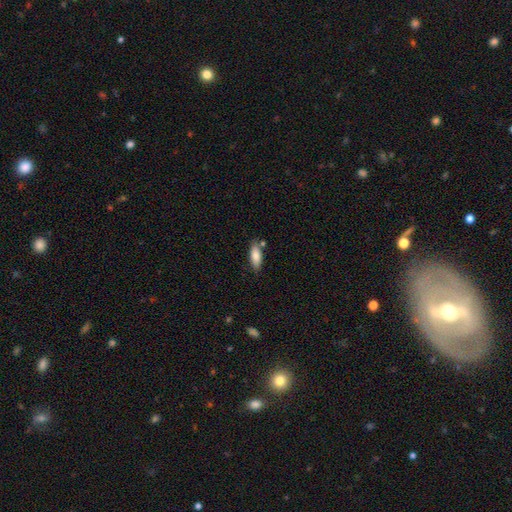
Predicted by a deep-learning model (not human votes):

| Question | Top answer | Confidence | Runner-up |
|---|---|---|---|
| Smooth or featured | smooth | 82% | featured or disk (12%) |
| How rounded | in between | 70% | cigar-shaped (28%) |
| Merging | none | 77% | minor disturbance (14%) |